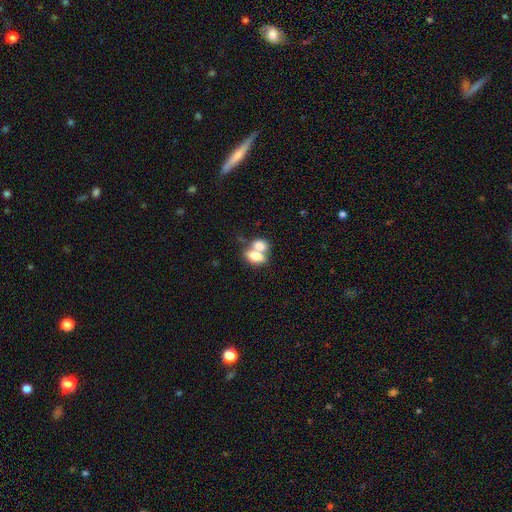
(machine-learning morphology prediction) The model was most divided on "merging": merger: 66%, none: 22%, minor disturbance: 7%, major disturbance: 4%. More confident: how rounded — in between (84%); smooth or featured — smooth (73%).